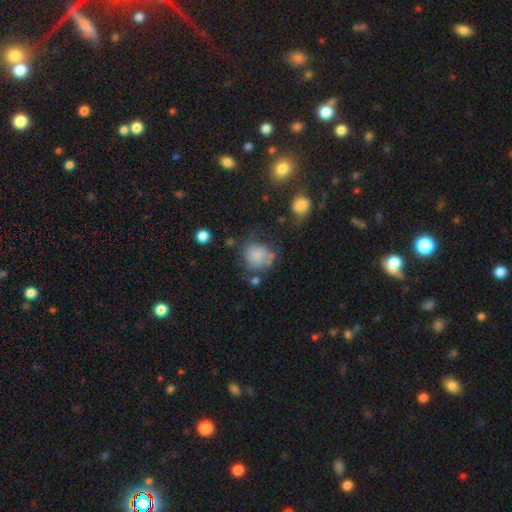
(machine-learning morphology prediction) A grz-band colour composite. It shows a smooth galaxy with no disk features (71%) that is round (76%). Merging: none (49%).